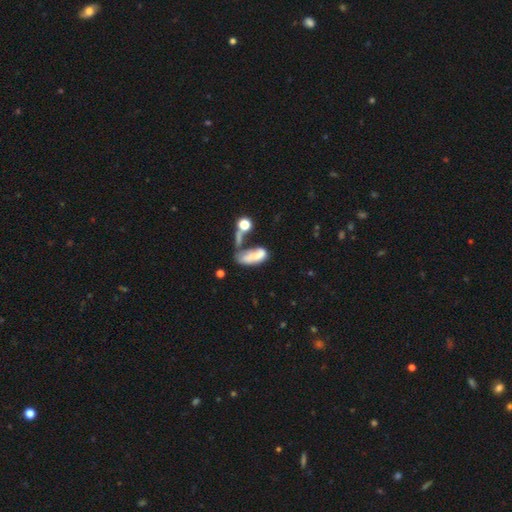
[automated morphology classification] type=smooth (59%); roundness=in between (76%); merging=merger (38%).